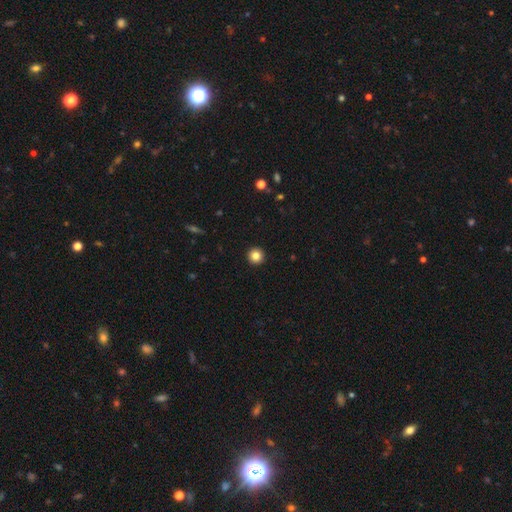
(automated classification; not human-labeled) Smooth or featured? smooth (84%)
How rounded? round (96%)
Merging? none (94%)